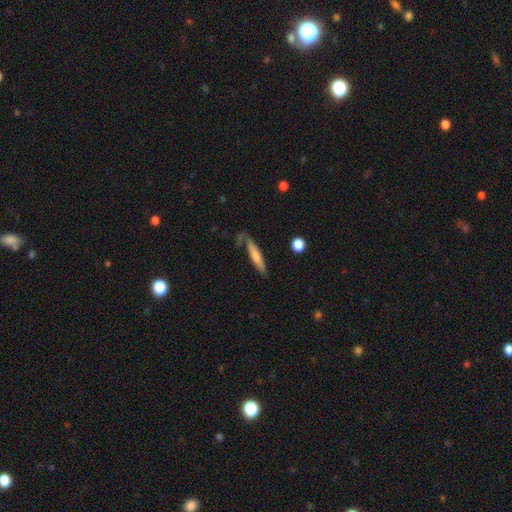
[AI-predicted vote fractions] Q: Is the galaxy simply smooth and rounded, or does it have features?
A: smooth — 64%.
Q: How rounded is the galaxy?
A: cigar-shaped — 88%.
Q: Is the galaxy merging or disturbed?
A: none — 65%.